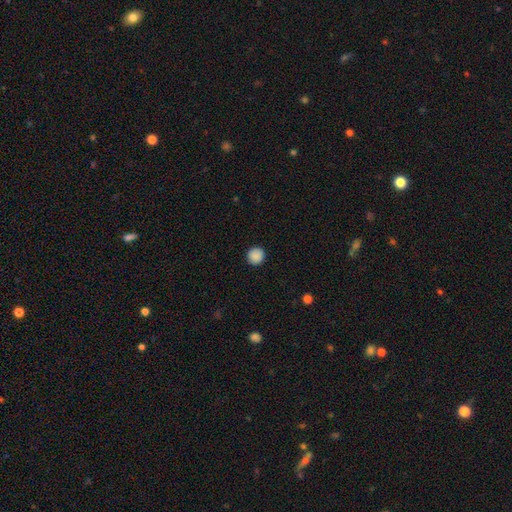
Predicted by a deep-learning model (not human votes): This appears to be a smooth galaxy with no disk features (89%) that is round (94%). Merging: none (92%).